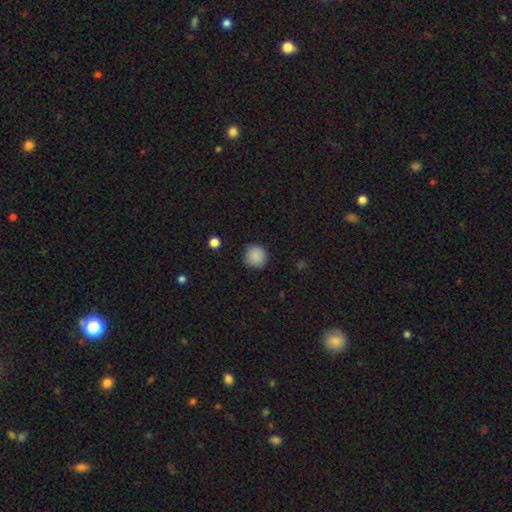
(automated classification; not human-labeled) smooth-or-featured: smooth: 88% | star or artifact: 9% | featured or disk: 3%
  how-rounded: round: 93% | in between: 6% | cigar-shaped: 1%
  merging: none: 88% | minor disturbance: 9% | major disturbance: 2% | merger: 1%